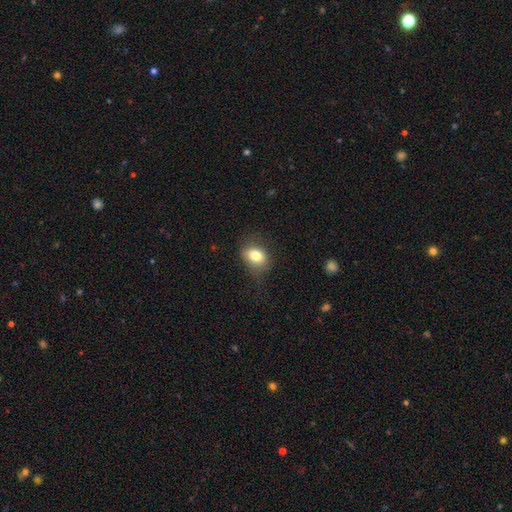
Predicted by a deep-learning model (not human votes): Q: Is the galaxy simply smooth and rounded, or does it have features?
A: smooth — 79%.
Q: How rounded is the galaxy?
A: in between — 64%.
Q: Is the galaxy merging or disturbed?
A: none — 70%.